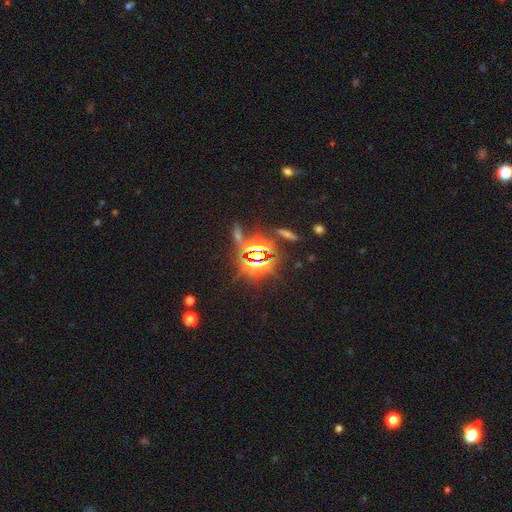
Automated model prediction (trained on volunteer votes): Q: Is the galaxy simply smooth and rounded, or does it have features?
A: star or artifact — 78%.